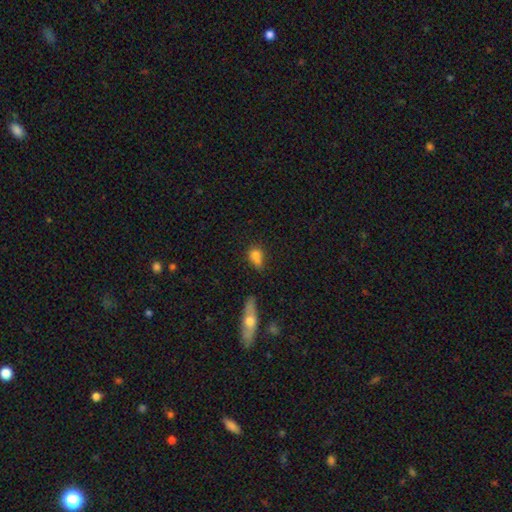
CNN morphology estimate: Smooth or featured? smooth (74%)
How rounded? round (49%)
Merging? none (36%)